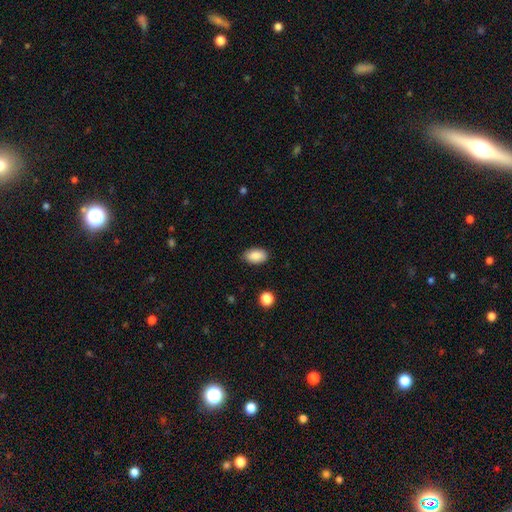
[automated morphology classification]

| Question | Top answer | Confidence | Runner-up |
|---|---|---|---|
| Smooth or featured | smooth | 88% | star or artifact (7%) |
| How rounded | in between | 92% | round (6%) |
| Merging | none | 85% | minor disturbance (11%) |